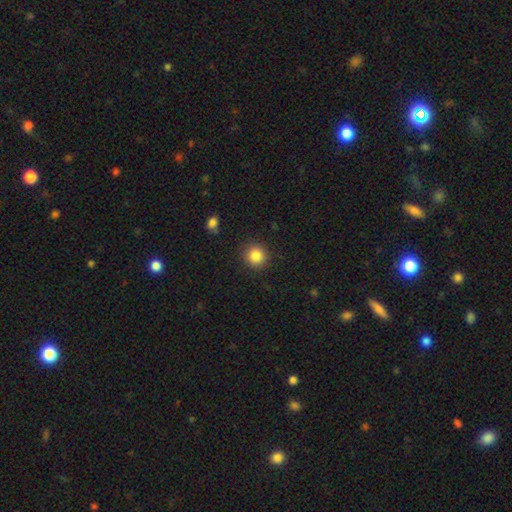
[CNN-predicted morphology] This appears to be a smooth galaxy with no disk features (85%) that is round (91%). Merging: none (90%).